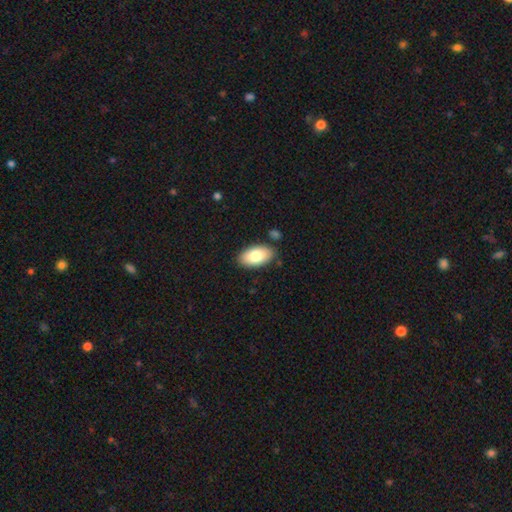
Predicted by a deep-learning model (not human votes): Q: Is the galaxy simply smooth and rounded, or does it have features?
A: smooth — 81%.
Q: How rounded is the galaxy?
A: in between — 95%.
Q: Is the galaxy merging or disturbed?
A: none — 85%.